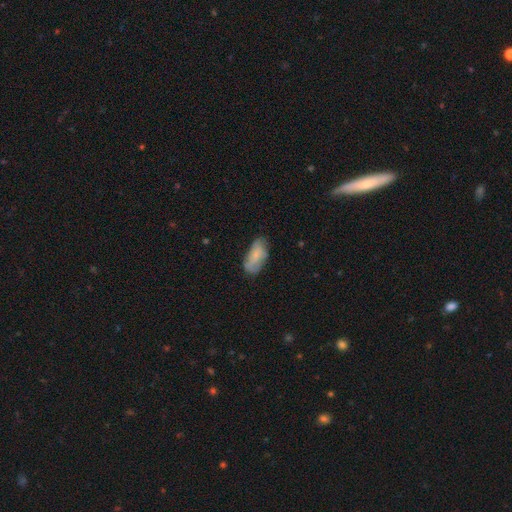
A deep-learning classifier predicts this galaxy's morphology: This is likely a smooth galaxy (61%). How rounded: clearly in between (91%). Merging: possibly none (57%).